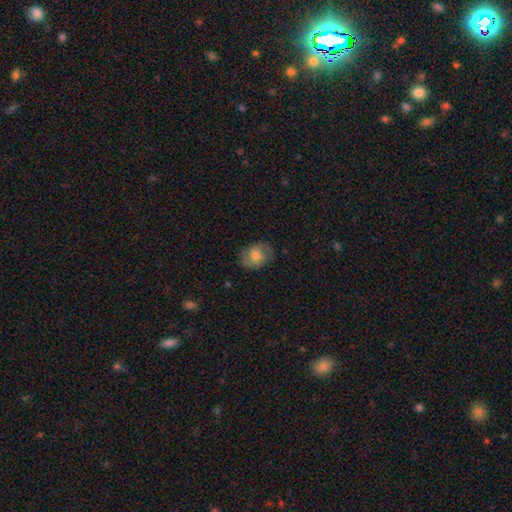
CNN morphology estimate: A featured or disk galaxy (62%) with no bar (62%), 2 (86%) medium (50%) spiral arms (89%) and a moderate central bulge (59%).

Vote fractions:
- Smooth or featured? featured or disk: 62% / smooth: 30% / star or artifact: 8%
- Edge-on disk? no: 97% / yes: 3%
- Bar? no: 62% / weak: 32% / strong: 6%
- Spiral arms? yes: 89% / no: 11%
- Spiral winding? medium: 50% / tight: 30% / loose: 20%
- Spiral arm count? 2: 86% / can't tell: 7% / 1: 2% / 3: 2% / 4: 1% / more than 4: 1%
- Bulge size? moderate: 59% / small: 26% / large: 10% / none: 3% / dominant: 1%
- Merging? none: 77% / minor disturbance: 16% / major disturbance: 6% / merger: 1%